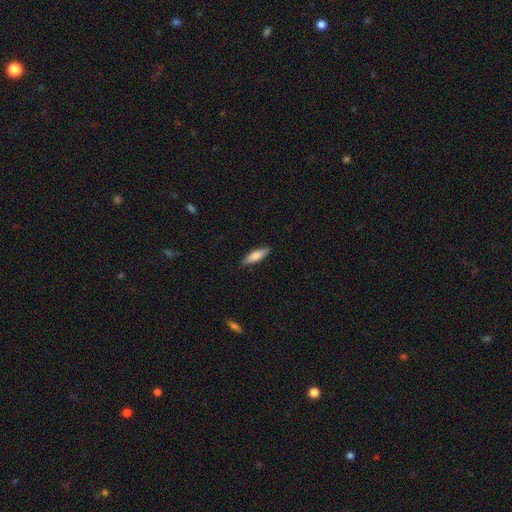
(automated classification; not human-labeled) smooth 78%, featured or disk 16%, star or artifact 6%. Down the decision tree: how rounded — cigar-shaped (53%); merging — none (86%).